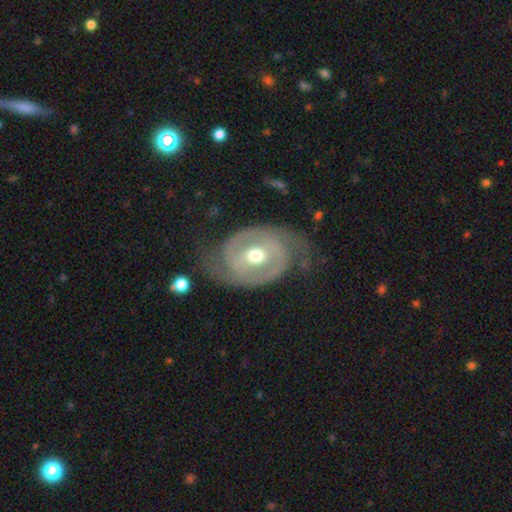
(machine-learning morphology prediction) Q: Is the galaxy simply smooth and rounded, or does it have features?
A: featured or disk — 81%.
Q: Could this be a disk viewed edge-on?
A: no — 97%.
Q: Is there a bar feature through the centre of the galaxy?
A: no — 52%.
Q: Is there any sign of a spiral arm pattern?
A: yes — 78%.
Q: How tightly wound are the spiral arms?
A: medium — 41%.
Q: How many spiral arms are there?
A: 2 — 86%.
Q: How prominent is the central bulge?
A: moderate — 78%.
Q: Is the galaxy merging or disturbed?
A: none — 67%.